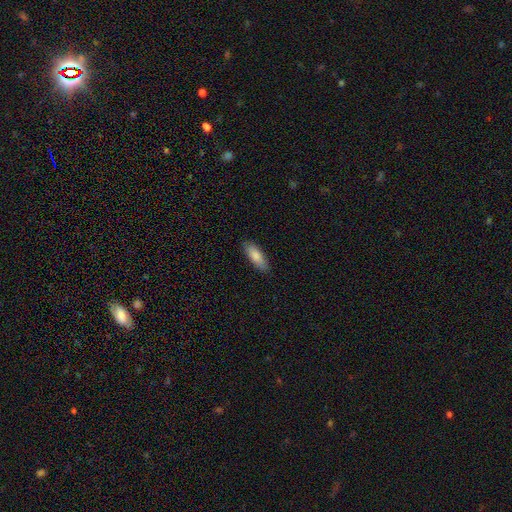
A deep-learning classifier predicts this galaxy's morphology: Smooth or featured? Predicted: smooth (p=0.86). How rounded? Predicted: in between (p=0.60). Merging? Predicted: none (p=0.88).